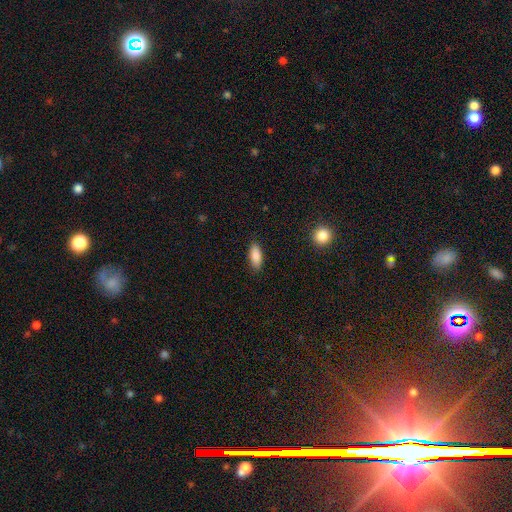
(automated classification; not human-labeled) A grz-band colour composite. It shows a smooth galaxy with no disk features (87%) that is in between round and cigar-shaped (82%). Merging: none (88%).